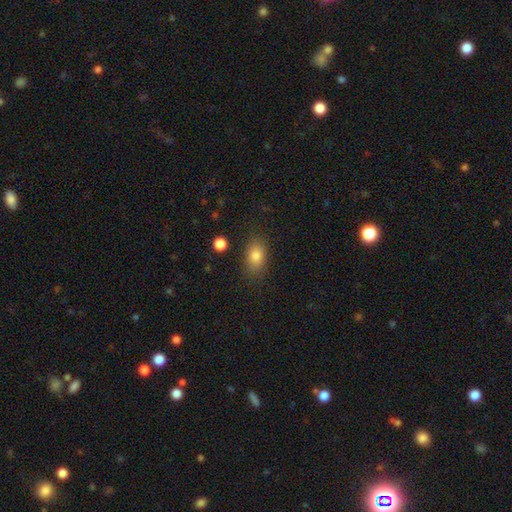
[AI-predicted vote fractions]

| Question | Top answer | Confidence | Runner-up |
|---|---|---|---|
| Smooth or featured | smooth | 82% | star or artifact (10%) |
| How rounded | in between | 81% | round (16%) |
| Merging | none | 82% | minor disturbance (12%) |